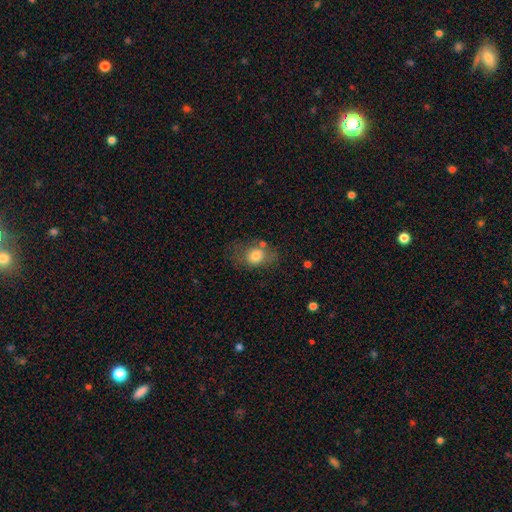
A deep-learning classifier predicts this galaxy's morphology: smooth-or-featured: smooth: 75% | featured or disk: 16% | star or artifact: 9%
  how-rounded: in between: 58% | round: 40% | cigar-shaped: 1%
  merging: none: 55% | minor disturbance: 23% | major disturbance: 13% | merger: 9%